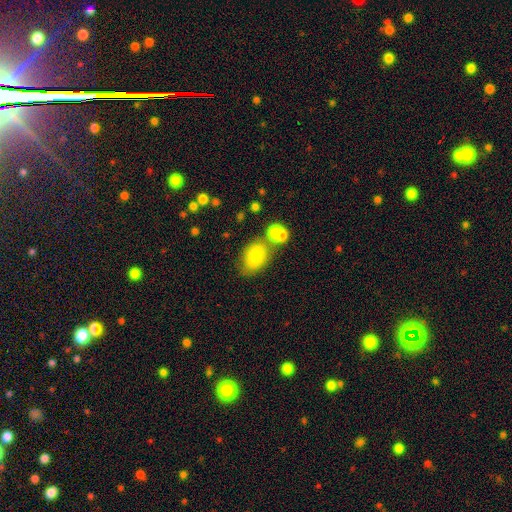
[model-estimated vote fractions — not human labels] Morphology: type=smooth (80%); roundness=in between (79%); merging=none (49%).